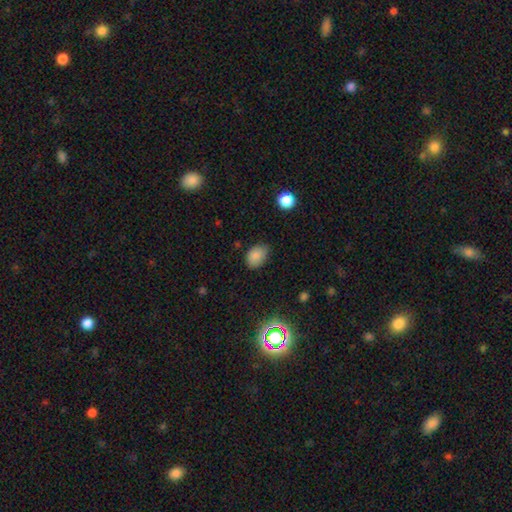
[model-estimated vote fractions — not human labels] Smooth or featured? Predicted: smooth (p=0.84). How rounded? Predicted: in between (p=0.80). Merging? Predicted: none (p=0.69).